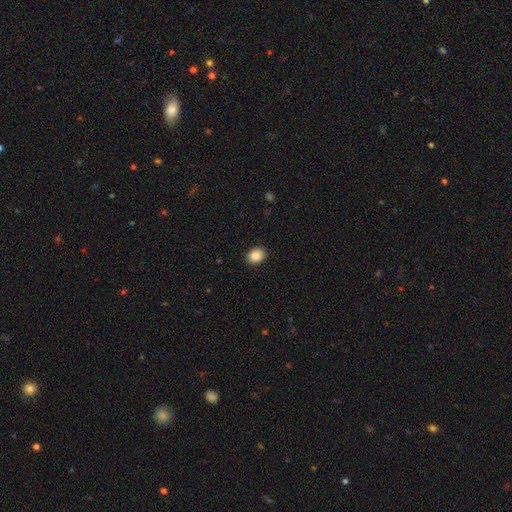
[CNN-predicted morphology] This is clearly a smooth galaxy (89%). How rounded: possibly in between (59%). Merging: clearly none (89%).